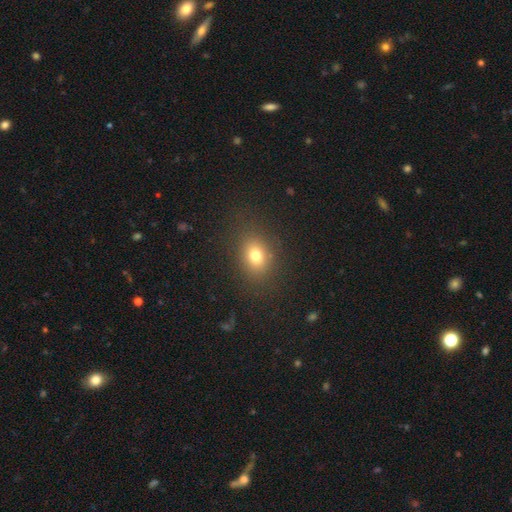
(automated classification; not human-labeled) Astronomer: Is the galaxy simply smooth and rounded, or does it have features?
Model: smooth — 76%.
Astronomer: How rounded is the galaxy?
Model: in between — 58% (runner-up: round, 40%).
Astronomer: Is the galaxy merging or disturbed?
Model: none — 83%.